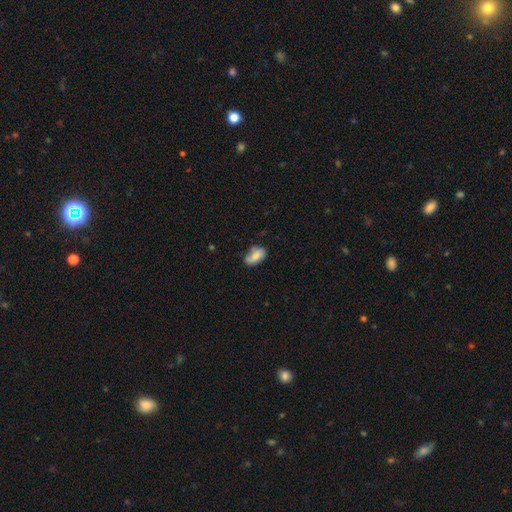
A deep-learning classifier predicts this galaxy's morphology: A smooth galaxy with no disk features (72%) that is in between round and cigar-shaped (91%).

Vote fractions:
- Smooth or featured? smooth: 72% / featured or disk: 20% / star or artifact: 8%
- How rounded? in between: 91% / round: 6% / cigar-shaped: 3%
- Merging? none: 57% / minor disturbance: 31% / major disturbance: 7% / merger: 5%